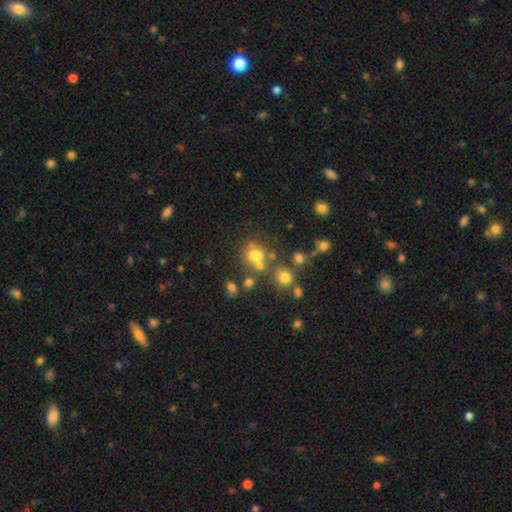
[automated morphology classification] type=smooth (65%); roundness=round (67%); merging=none (47%).